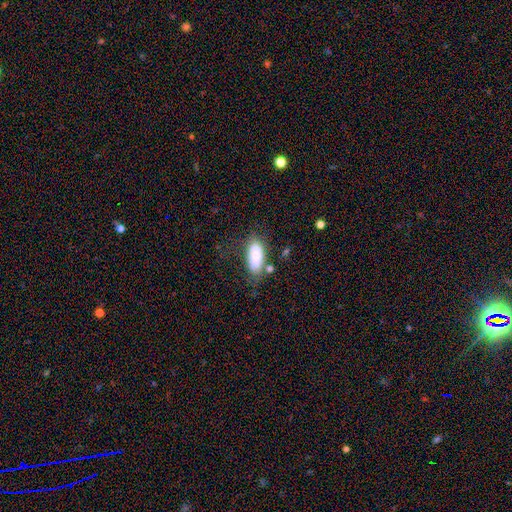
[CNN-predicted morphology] A smooth galaxy with no disk features (74%) that is in between round and cigar-shaped (87%).

Vote fractions:
- Smooth or featured? smooth: 74% / featured or disk: 18% / star or artifact: 8%
- How rounded? in between: 87% / cigar-shaped: 10% / round: 3%
- Merging? none: 55% / minor disturbance: 24% / major disturbance: 11% / merger: 11%